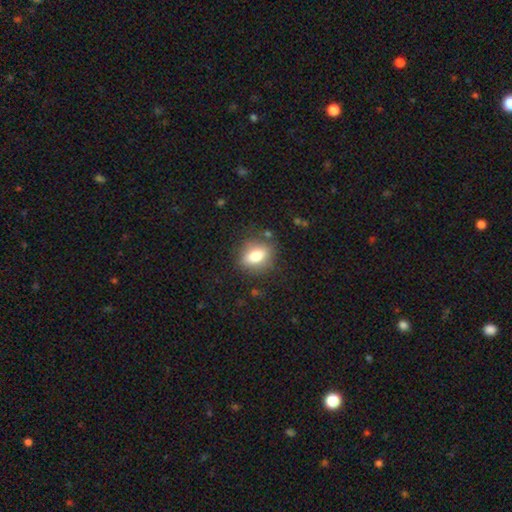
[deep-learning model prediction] A smooth galaxy with no disk features (77%) that is in between round and cigar-shaped (68%). Merging: none (81%).